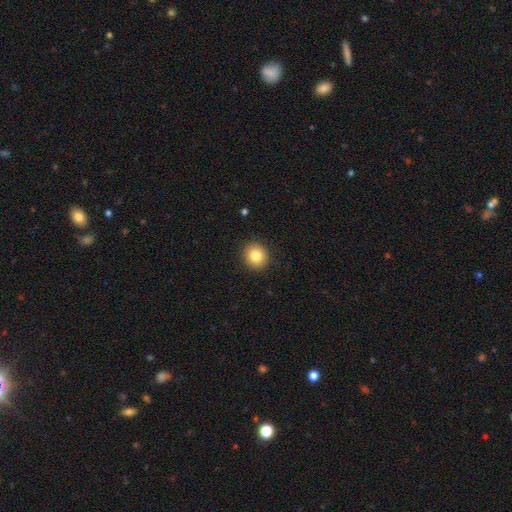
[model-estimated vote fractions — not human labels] Smooth or featured? Predicted: smooth (p=0.83). How rounded? Predicted: round (p=0.85). Merging? Predicted: none (p=0.91).